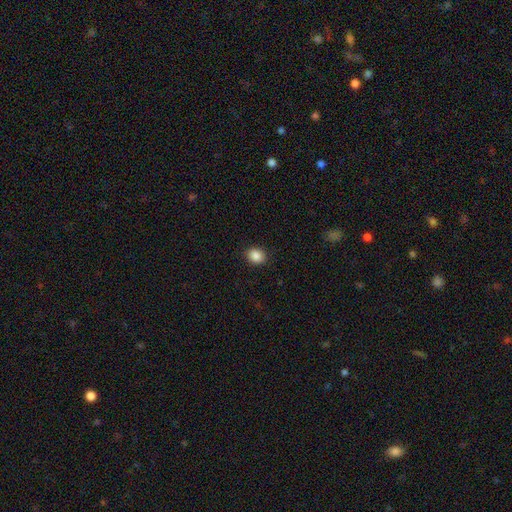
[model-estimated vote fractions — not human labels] smooth-or-featured: smooth: 88% | star or artifact: 9% | featured or disk: 3%
  how-rounded: round: 59% | in between: 40% | cigar-shaped: 1%
  merging: none: 91% | minor disturbance: 6% | major disturbance: 2% | merger: 1%